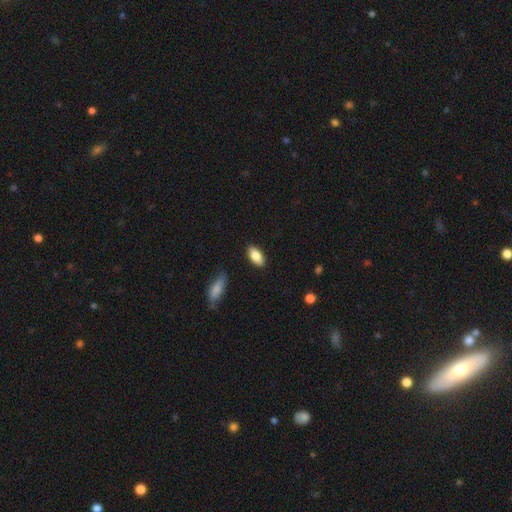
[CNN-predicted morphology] smooth_or_featured: smooth (p=0.82) [alt: featured or disk p=0.11]
how_rounded: in between (p=0.89) [alt: cigar-shaped p=0.09]
merging: none (p=0.87) [alt: minor disturbance p=0.09]